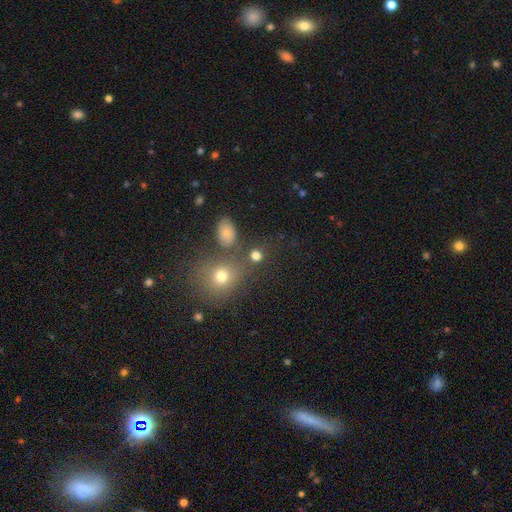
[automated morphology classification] Overall: smooth (77%). How rounded: round (82%). Merging: none (70%).